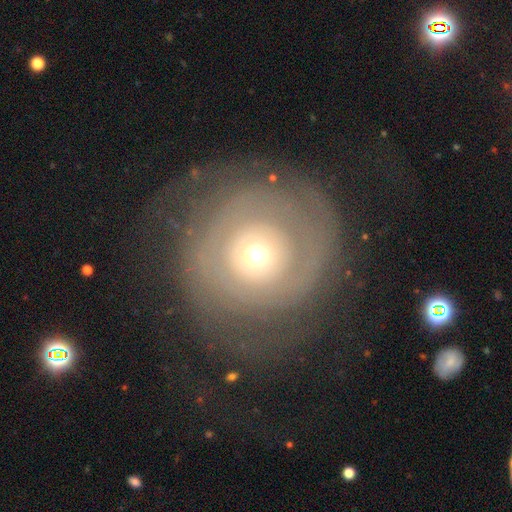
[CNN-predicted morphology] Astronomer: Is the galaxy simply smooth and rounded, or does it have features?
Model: featured or disk — 66%.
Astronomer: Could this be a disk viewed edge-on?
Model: no — 97%.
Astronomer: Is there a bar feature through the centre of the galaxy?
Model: no — 89%.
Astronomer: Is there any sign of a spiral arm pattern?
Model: yes — 56% (runner-up: no, 44%).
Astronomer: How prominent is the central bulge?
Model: small — 53% (runner-up: moderate, 39%).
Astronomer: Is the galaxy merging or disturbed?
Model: none — 64%.